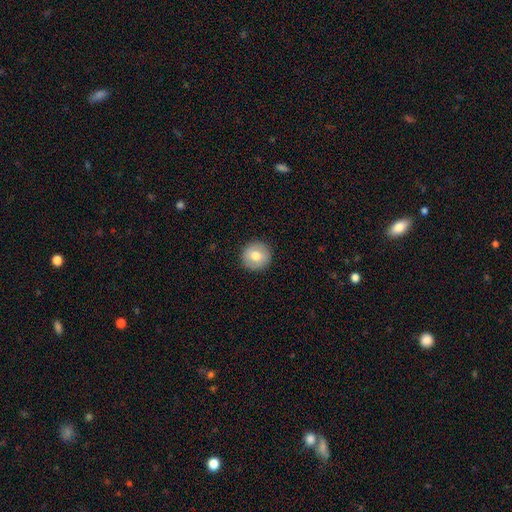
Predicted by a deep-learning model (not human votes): Smooth or featured: smooth — 75% (featured or disk — 17%)
How rounded: round — 95% (in between — 5%)
Merging: none — 91% (minor disturbance — 6%)